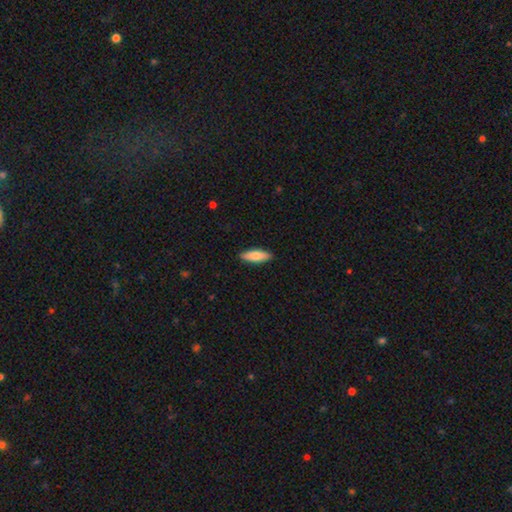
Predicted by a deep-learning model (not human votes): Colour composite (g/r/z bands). It shows a smooth galaxy with no disk features (81%) that is in between round and cigar-shaped (54%). Merging: none (90%).